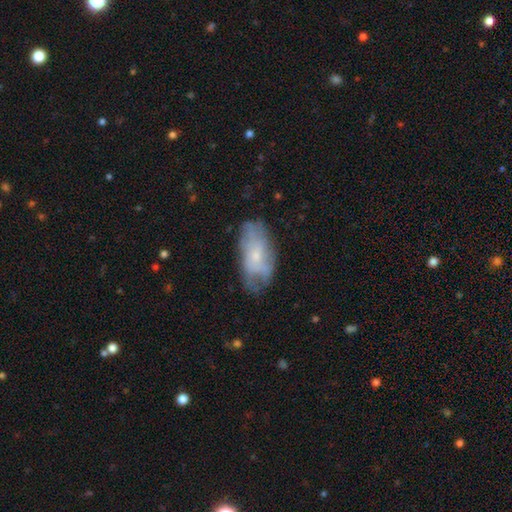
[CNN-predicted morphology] featured or disk 48%, smooth 44%, star or artifact 8%. Down the decision tree: merging — none (58%).